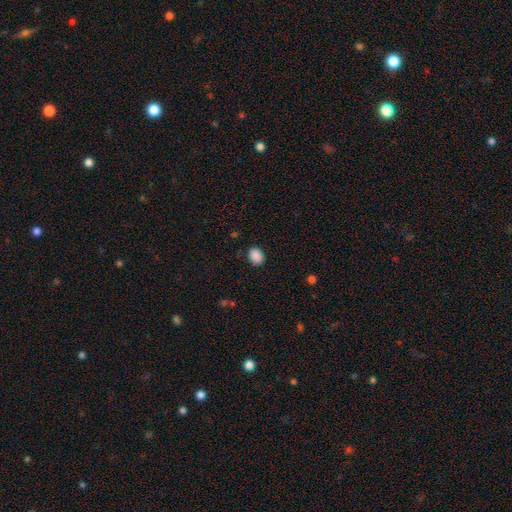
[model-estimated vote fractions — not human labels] Smooth or featured? smooth (88%)
How rounded? in between (54%)
Merging? none (82%)